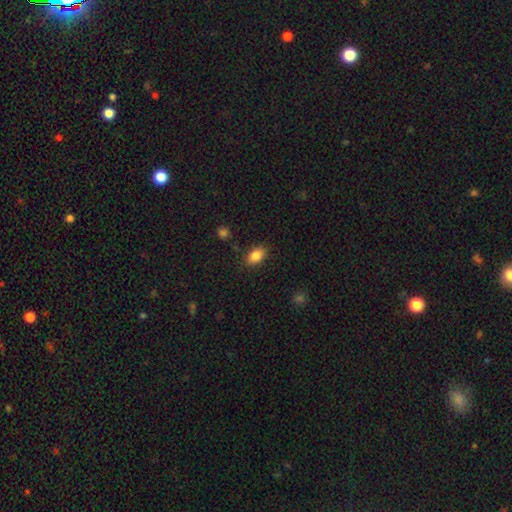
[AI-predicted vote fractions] smooth_or_featured: smooth (p=0.85) [alt: star or artifact p=0.08]
how_rounded: in between (p=0.86) [alt: round p=0.12]
merging: none (p=0.84) [alt: minor disturbance p=0.11]